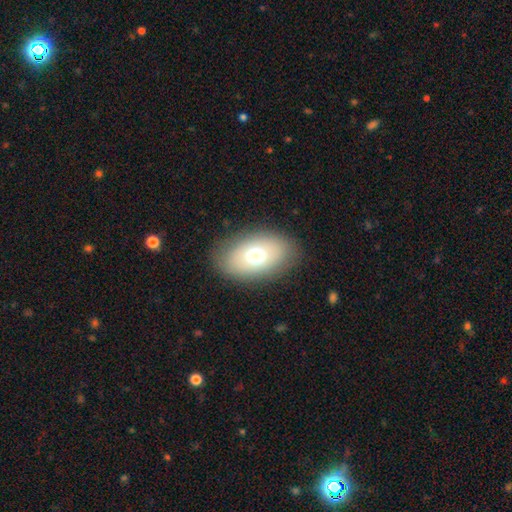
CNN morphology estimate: A smooth galaxy with no disk features (69%) that is in between round and cigar-shaped (87%).

Vote fractions:
- Smooth or featured? smooth: 69% / featured or disk: 21% / star or artifact: 11%
- How rounded? in between: 87% / round: 12% / cigar-shaped: 1%
- Merging? none: 84% / minor disturbance: 10% / major disturbance: 5% / merger: 1%